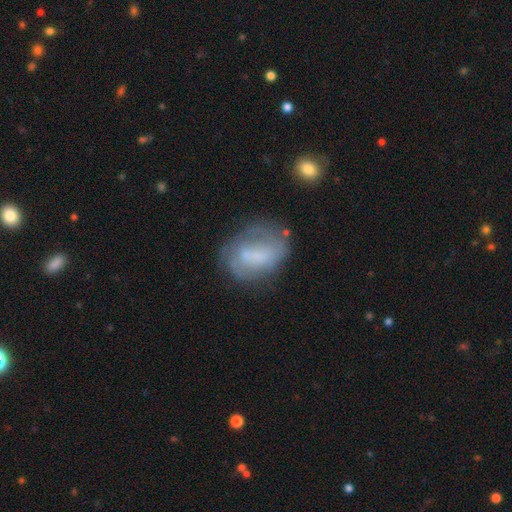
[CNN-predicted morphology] Smooth or featured? featured or disk (48%)
Merging? none (53%)